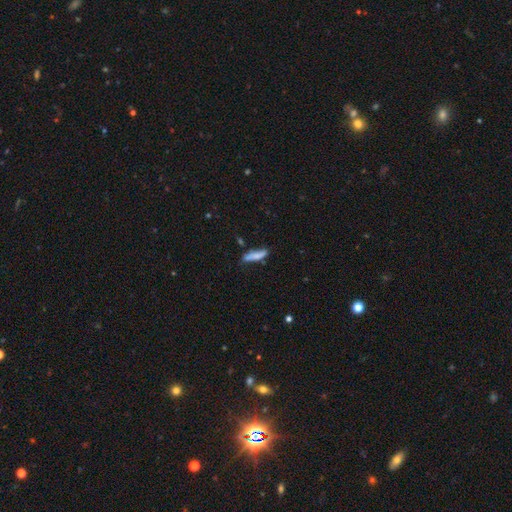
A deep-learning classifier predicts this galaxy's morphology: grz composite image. It shows a smooth galaxy with no disk features (73%) that is cigar-shaped (75%). Merging: none (61%).